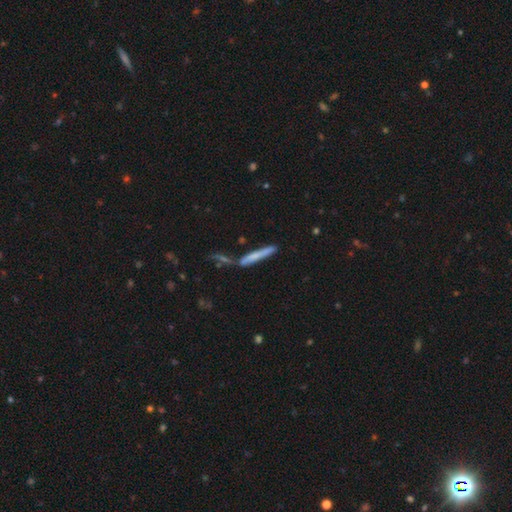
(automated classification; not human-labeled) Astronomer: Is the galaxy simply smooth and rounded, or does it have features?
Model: smooth — 61%.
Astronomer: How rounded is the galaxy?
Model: cigar-shaped — 95%.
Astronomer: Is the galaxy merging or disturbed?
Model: none — 69%.